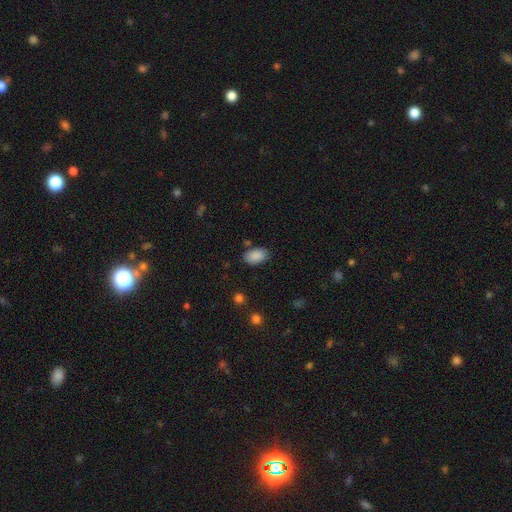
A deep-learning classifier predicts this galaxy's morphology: This appears to be a smooth galaxy with no disk features (89%) that is in between round and cigar-shaped (92%). Merging: none (82%).